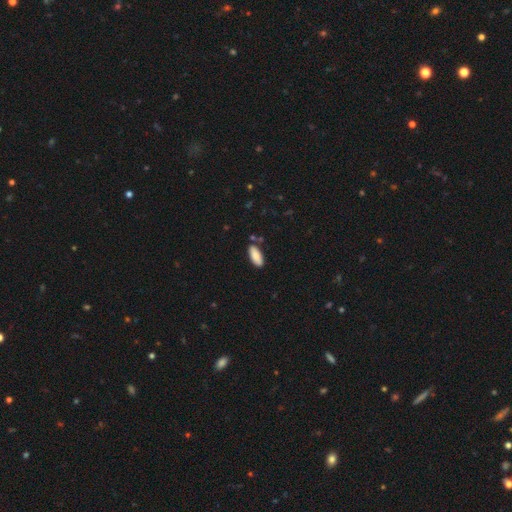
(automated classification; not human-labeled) smooth-or-featured: smooth: 86% | featured or disk: 8% | star or artifact: 6%
  how-rounded: in between: 83% | cigar-shaped: 16% | round: 2%
  merging: none: 81% | minor disturbance: 13% | merger: 4% | major disturbance: 2%